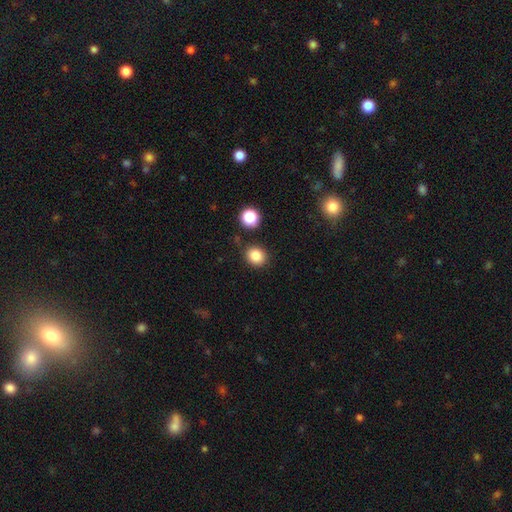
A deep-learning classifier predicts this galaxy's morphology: type=smooth (84%); roundness=round (77%); merging=none (85%).